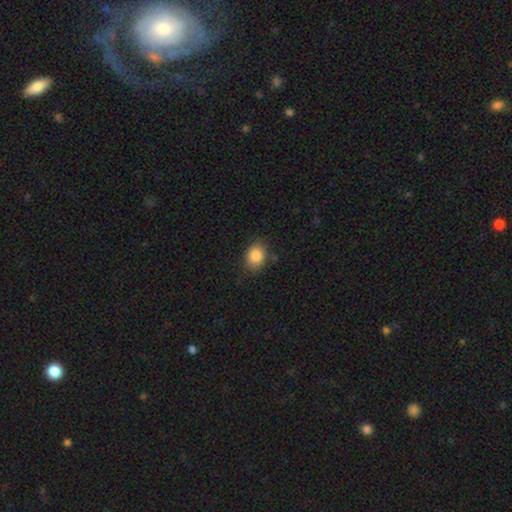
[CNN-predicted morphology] The model was most divided on "how rounded": in between: 56%, round: 43%, cigar-shaped: 1%. More confident: smooth or featured — smooth (86%); merging — none (79%).